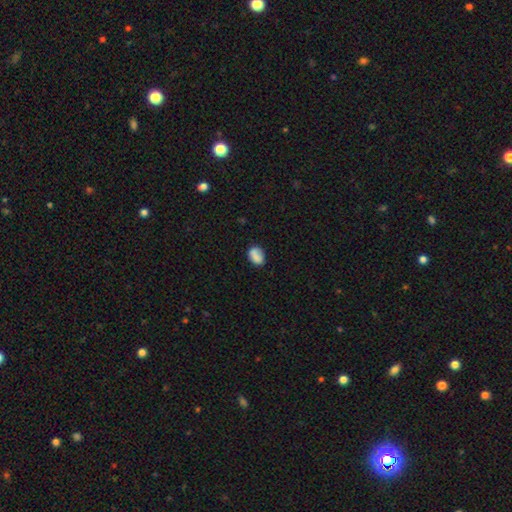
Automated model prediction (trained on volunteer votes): smooth 81%, featured or disk 11%, star or artifact 8%. Down the decision tree: how rounded — in between (75%); merging — none (71%).